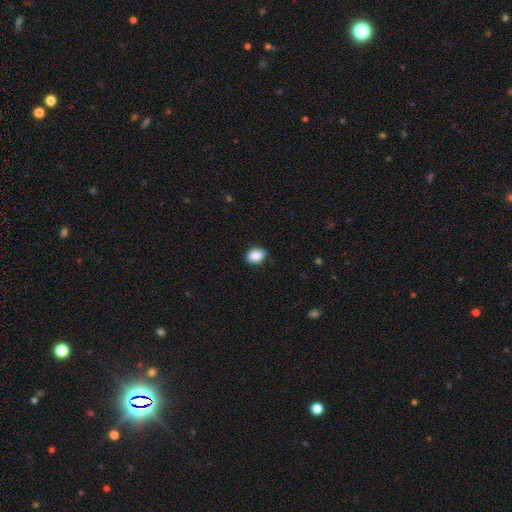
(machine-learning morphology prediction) A smooth galaxy with no disk features (89%) that is in between round and cigar-shaped (72%).

Vote fractions:
- Smooth or featured? smooth: 89% / star or artifact: 7% / featured or disk: 3%
- How rounded? in between: 72% / round: 27% / cigar-shaped: 1%
- Merging? none: 84% / minor disturbance: 13% / major disturbance: 2% / merger: 1%